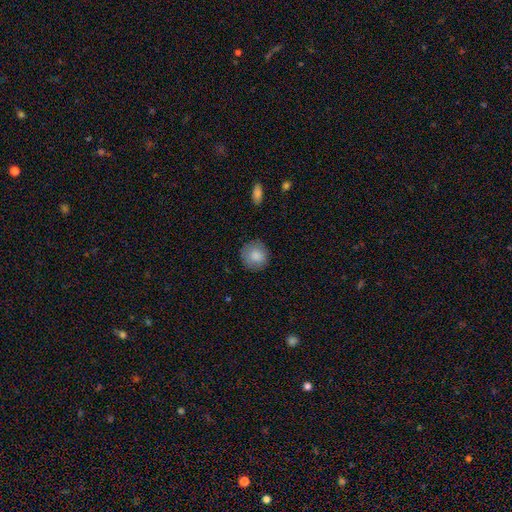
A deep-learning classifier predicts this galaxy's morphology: smooth 86%, star or artifact 7%, featured or disk 7%. Down the decision tree: how rounded — round (92%); merging — none (86%).